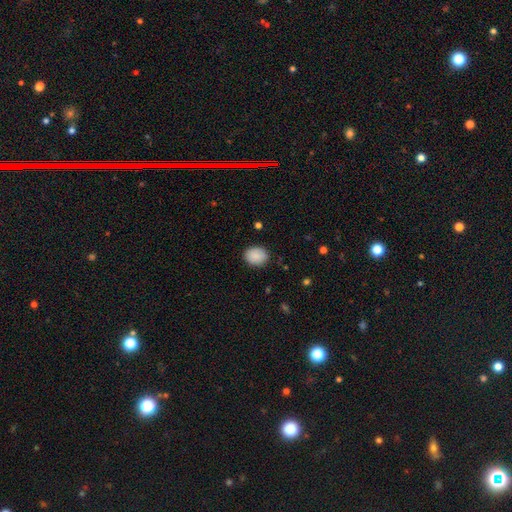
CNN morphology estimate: Smooth or featured? Predicted: smooth (p=0.88). How rounded? Predicted: in between (p=0.50). Merging? Predicted: none (p=0.85).